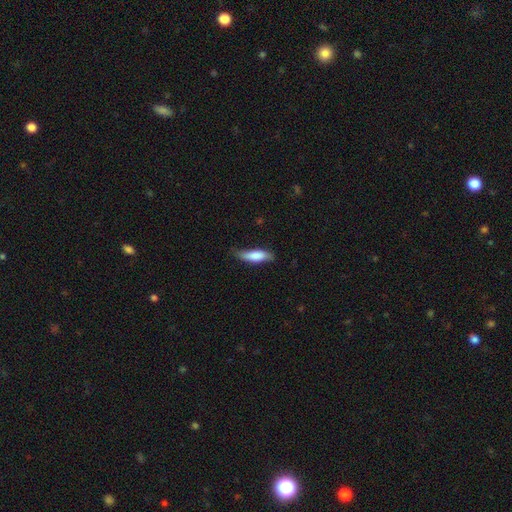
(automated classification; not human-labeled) smooth_or_featured: smooth (p=0.77) [alt: featured or disk p=0.17]
how_rounded: cigar-shaped (p=0.50) [alt: in between p=0.48]
merging: none (p=0.63) [alt: minor disturbance p=0.30]